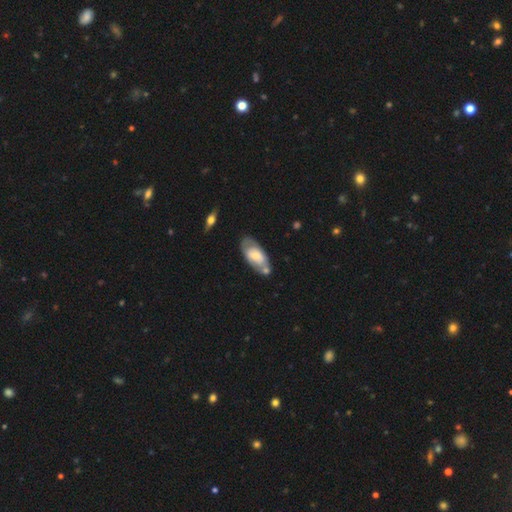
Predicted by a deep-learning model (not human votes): Smooth or featured? smooth (52%)
How rounded? in between (88%)
Merging? none (54%)